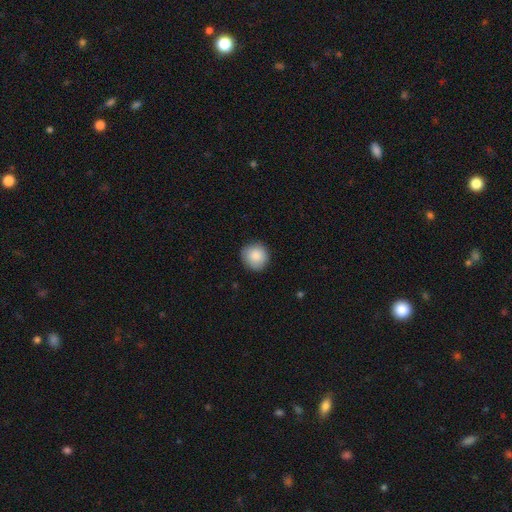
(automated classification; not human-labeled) This is clearly a smooth galaxy (87%). How rounded: clearly round (92%). Merging: clearly none (87%).